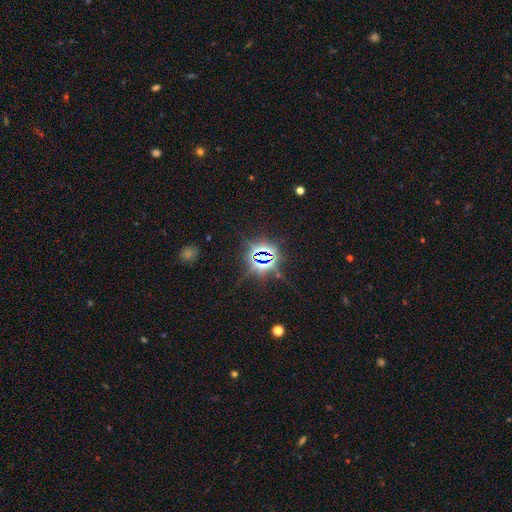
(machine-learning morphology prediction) The model was most divided on "smooth or featured": star or artifact: 83%, smooth: 10%, featured or disk: 7%.